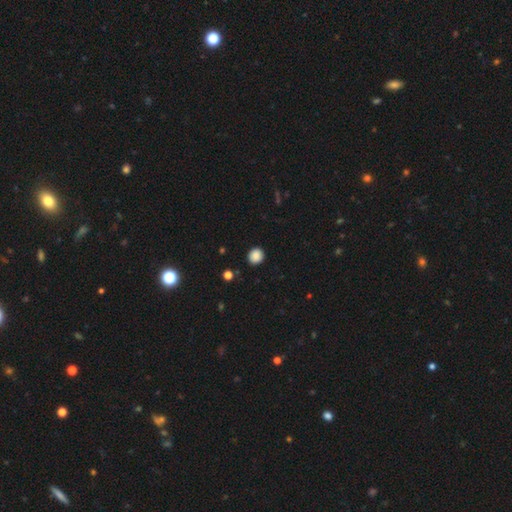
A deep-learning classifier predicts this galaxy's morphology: type=smooth (87%); roundness=round (85%); merging=none (90%).